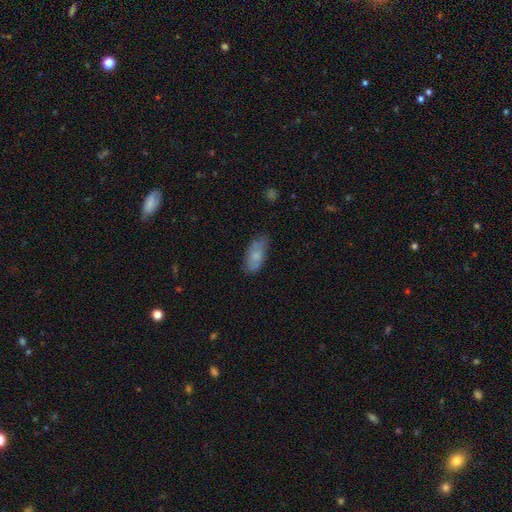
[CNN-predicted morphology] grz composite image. It shows a smooth galaxy with no disk features (75%) that is in between round and cigar-shaped (87%). Merging: none (66%).